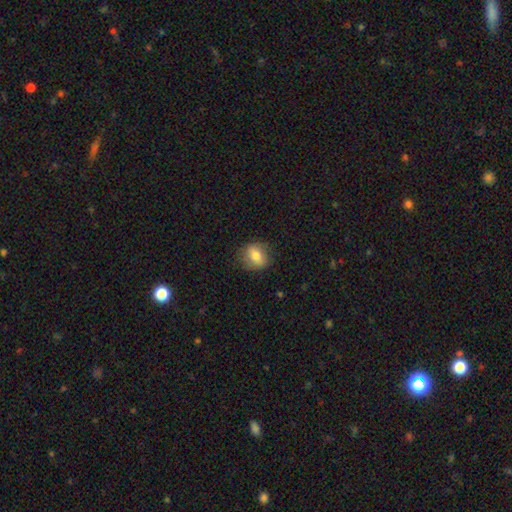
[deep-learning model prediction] Q: Smooth or featured?
A: smooth (71%); runner-up: featured or disk (20%)
Q: How rounded?
A: round (59%); runner-up: in between (39%)
Q: Merging?
A: none (82%); runner-up: minor disturbance (13%)